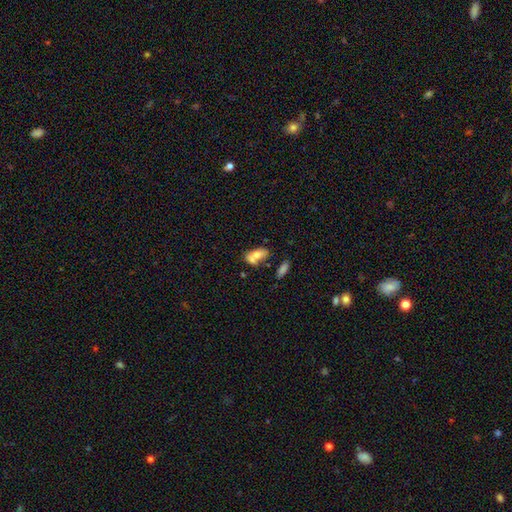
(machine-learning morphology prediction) smooth_or_featured: smooth (p=0.67) [alt: featured or disk p=0.25]
how_rounded: in between (p=0.84) [alt: round p=0.09]
merging: merger (p=0.44) [alt: none p=0.35]